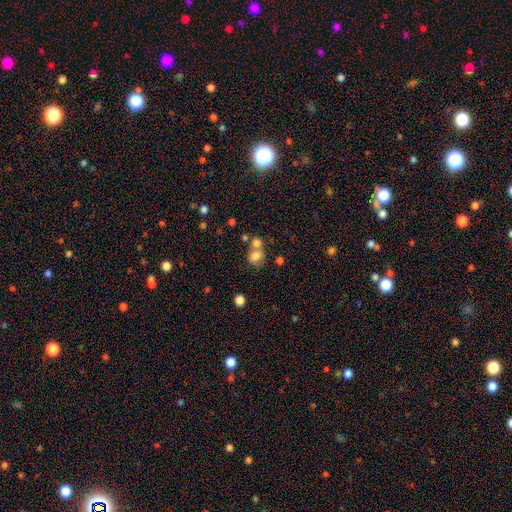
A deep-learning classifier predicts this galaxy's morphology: Q: Smooth or featured?
A: smooth (77%); runner-up: star or artifact (12%)
Q: How rounded?
A: round (78%); runner-up: in between (21%)
Q: Merging?
A: merger (44%); runner-up: none (43%)